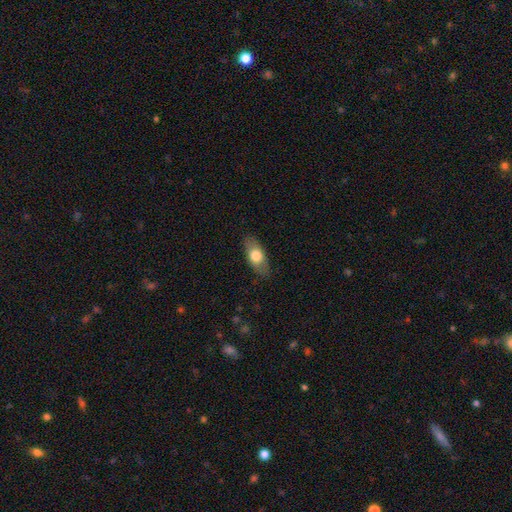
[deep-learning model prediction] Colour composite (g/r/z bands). It shows a smooth galaxy with no disk features (69%) that is in between round and cigar-shaped (82%). Merging: none (85%).